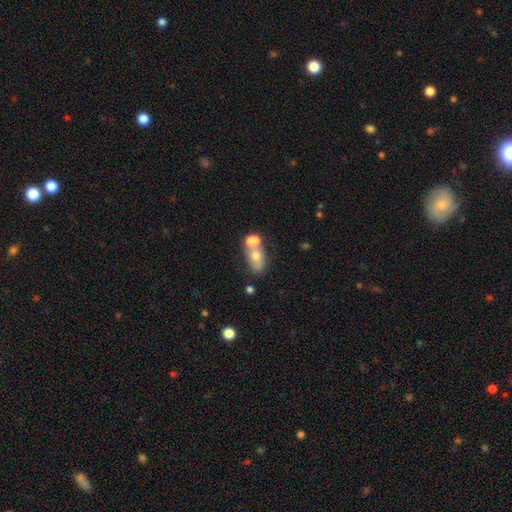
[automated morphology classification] smooth-or-featured: smooth: 62% | featured or disk: 27% | star or artifact: 11%
  how-rounded: in between: 73% | round: 23% | cigar-shaped: 5%
  merging: merger: 59% | none: 25% | minor disturbance: 10% | major disturbance: 6%